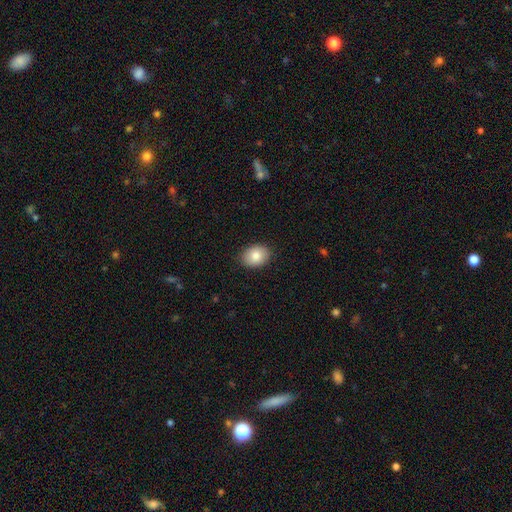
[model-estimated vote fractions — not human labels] Smooth or featured?
  - smooth: 85% *
  - featured or disk: 8%
  - star or artifact: 7%
How rounded?
  - in between: 70% *
  - round: 29%
  - cigar-shaped: 1%
Merging?
  - none: 88% *
  - minor disturbance: 9%
  - major disturbance: 2%
  - merger: 1%